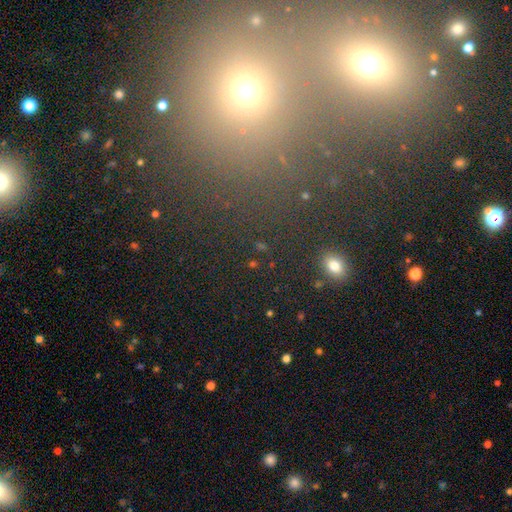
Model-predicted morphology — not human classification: This appears to be a star or artifact, not a galaxy (48%).